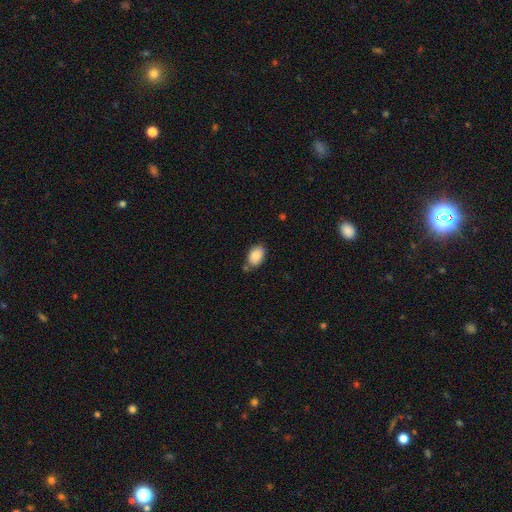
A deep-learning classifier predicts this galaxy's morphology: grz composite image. It shows a smooth galaxy with no disk features (87%) that is in between round and cigar-shaped (87%). Merging: none (70%).